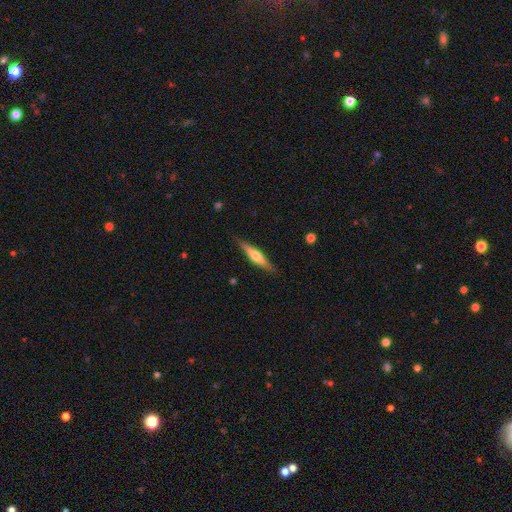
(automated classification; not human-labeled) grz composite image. It shows a featured or disk galaxy (54%) viewed edge-on (93%) with a rounded central bulge (88%). Merging: none (86%).